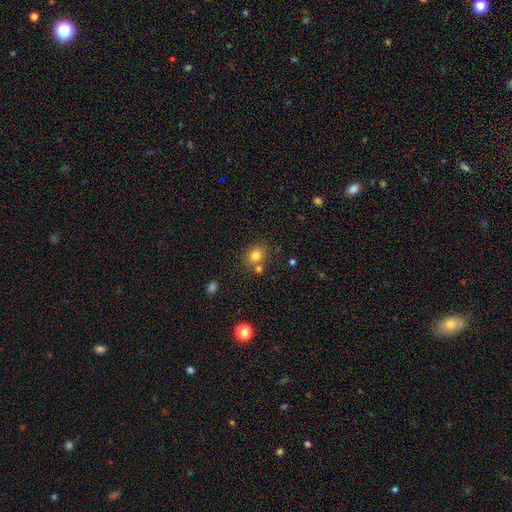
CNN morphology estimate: smooth-or-featured: smooth: 80% | star or artifact: 13% | featured or disk: 8%
  how-rounded: round: 72% | in between: 27% | cigar-shaped: 1%
  merging: none: 68% | merger: 19% | minor disturbance: 10% | major disturbance: 3%